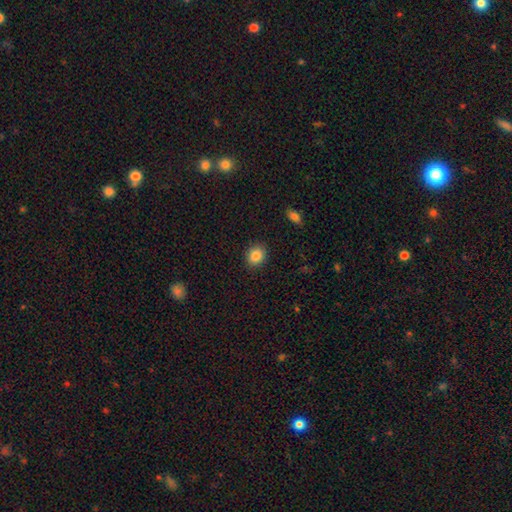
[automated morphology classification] Smooth or featured: smooth — 85% (star or artifact — 9%)
How rounded: round — 62% (in between — 37%)
Merging: none — 89% (minor disturbance — 8%)